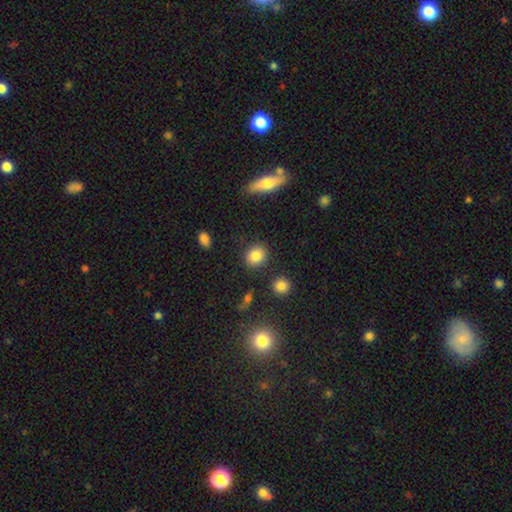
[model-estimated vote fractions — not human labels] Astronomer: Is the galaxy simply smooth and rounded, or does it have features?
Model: smooth — 85%.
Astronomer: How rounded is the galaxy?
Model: round — 73%.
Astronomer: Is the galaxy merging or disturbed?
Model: none — 86%.